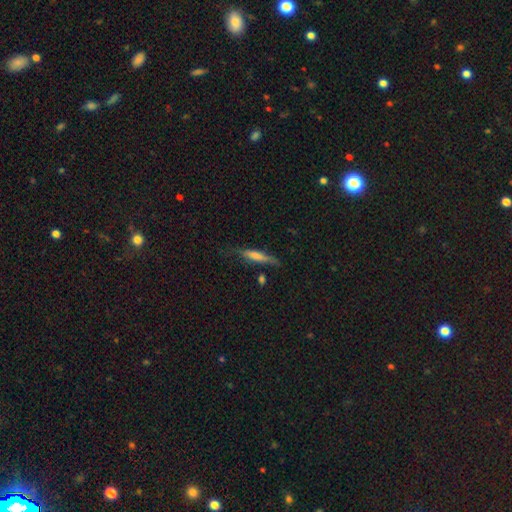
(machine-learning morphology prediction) smooth-or-featured: smooth: 53% | featured or disk: 39% | star or artifact: 8%
  how-rounded: cigar-shaped: 86% | in between: 12% | round: 2%
  merging: none: 69% | minor disturbance: 21% | major disturbance: 6% | merger: 4%